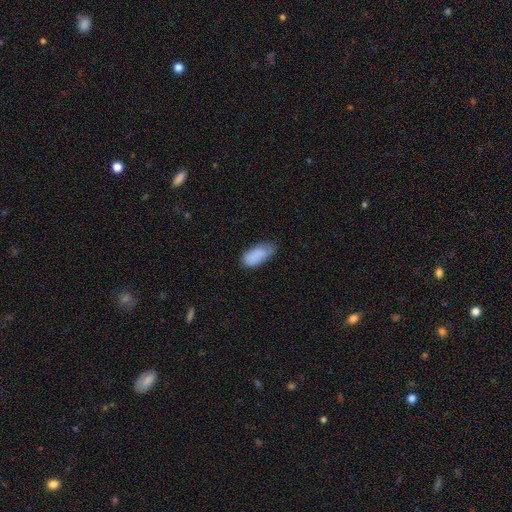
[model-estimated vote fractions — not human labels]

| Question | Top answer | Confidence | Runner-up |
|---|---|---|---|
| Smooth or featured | smooth | 85% | featured or disk (8%) |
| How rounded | in between | 92% | cigar-shaped (6%) |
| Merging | none | 53% | minor disturbance (37%) |